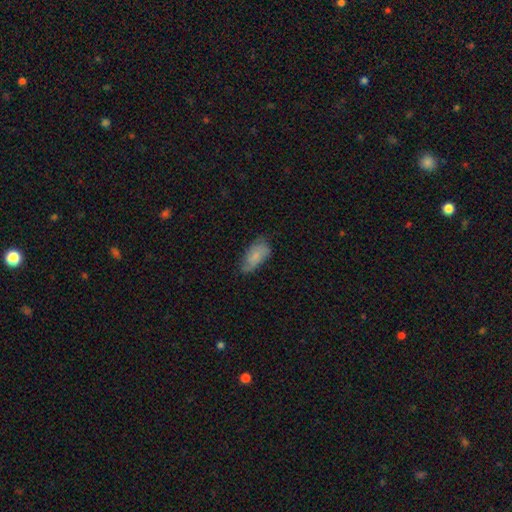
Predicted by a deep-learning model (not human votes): The model was most divided on "merging": none: 58%, minor disturbance: 32%, major disturbance: 8%, merger: 2%. More confident: how rounded — in between (90%); smooth or featured — smooth (75%).